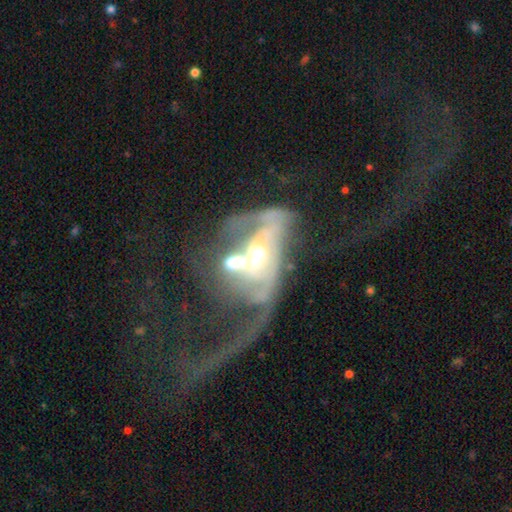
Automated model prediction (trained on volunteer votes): smooth-or-featured: featured or disk: 72% | smooth: 18% | star or artifact: 10%
  disk-edge-on: no: 93% | yes: 7%
    bar: no: 62% | weak: 26% | strong: 12%
    has-spiral-arms: yes: 53% | no: 47%
    bulge-size: moderate: 62% | small: 18% | large: 15% | none: 3% | dominant: 2%
  merging: merger: 53% | major disturbance: 35% | none: 7% | minor disturbance: 5%